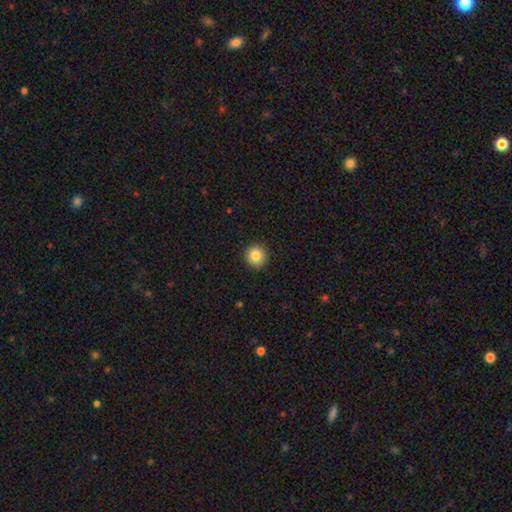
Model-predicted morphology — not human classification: Smooth or featured? Predicted: smooth (p=0.84). How rounded? Predicted: round (p=0.94). Merging? Predicted: none (p=0.91).